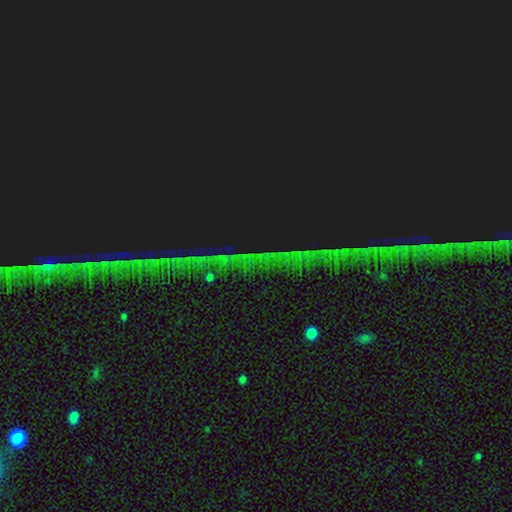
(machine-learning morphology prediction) This is clearly a star or artifact rather than a galaxy (85%).